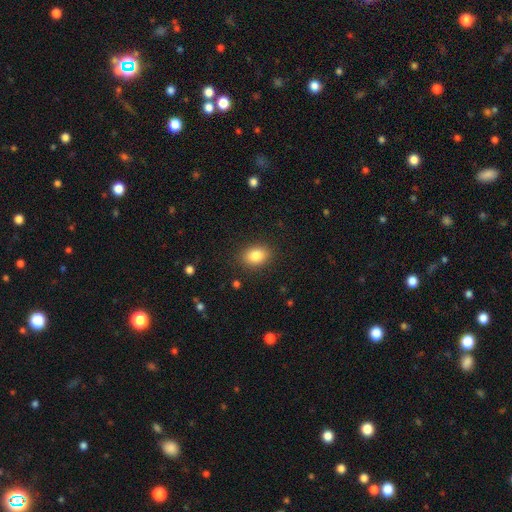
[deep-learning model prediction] Q: Smooth or featured?
A: smooth (84%); runner-up: star or artifact (9%)
Q: How rounded?
A: in between (70%); runner-up: round (29%)
Q: Merging?
A: none (87%); runner-up: minor disturbance (9%)